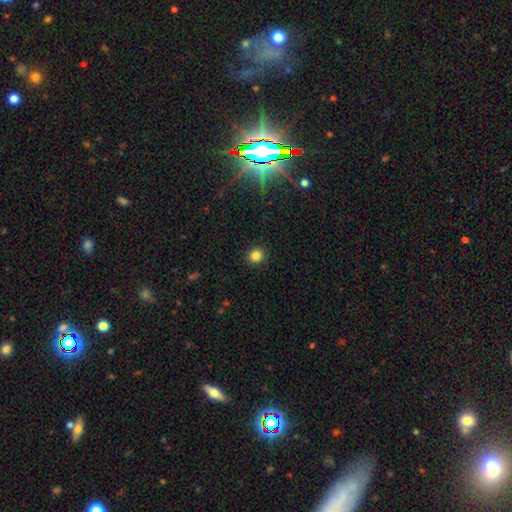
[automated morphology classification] Smooth or featured? Predicted: smooth (p=0.83). How rounded? Predicted: round (p=0.83). Merging? Predicted: none (p=0.91).